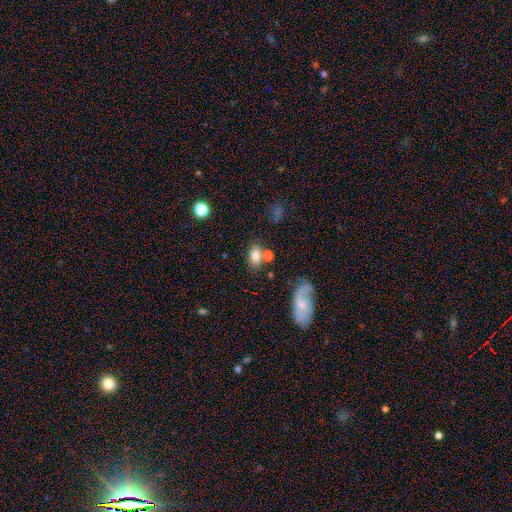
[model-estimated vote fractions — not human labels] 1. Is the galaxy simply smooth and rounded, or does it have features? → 78% smooth, 12% featured or disk, 10% star or artifact.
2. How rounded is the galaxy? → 85% in between, 13% round, 2% cigar-shaped.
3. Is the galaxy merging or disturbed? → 60% none, 17% merger, 16% minor disturbance, 6% major disturbance.